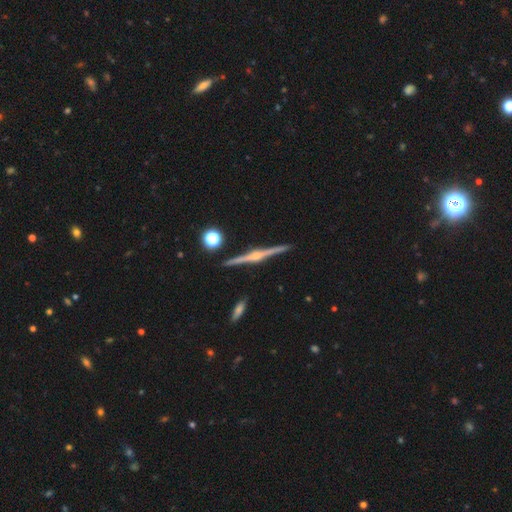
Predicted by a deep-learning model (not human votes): Smooth or featured?
  - featured or disk: 88% *
  - smooth: 7%
  - star or artifact: 5%
Edge-on disk?
  - yes: 99% *
  - no: 1%
Edge-on bulge?
  - rounded: 87% *
  - boxy: 8%
  - none: 5%
Merging?
  - none: 92% *
  - minor disturbance: 5%
  - merger: 2%
  - major disturbance: 1%